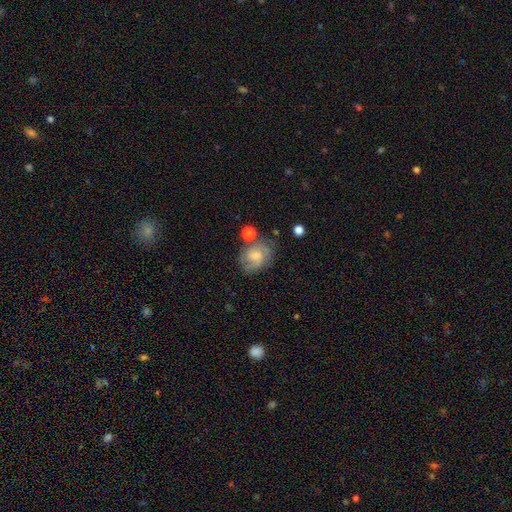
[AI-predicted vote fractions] smooth-or-featured: featured or disk: 64% | smooth: 27% | star or artifact: 8%
  disk-edge-on: no: 97% | yes: 3%
    bar: no: 57% | weak: 37% | strong: 6%
    has-spiral-arms: yes: 88% | no: 12%
      spiral-winding: medium: 45% | tight: 40% | loose: 15%
      spiral-arm-count: 2: 56% | can't tell: 22% | 3: 12% | 1: 5% | 4: 3% | more than 4: 3%
    bulge-size: small: 46% | moderate: 32% | none: 15% | large: 6% | dominant: 2%
  merging: none: 61% | minor disturbance: 21% | major disturbance: 10% | merger: 8%